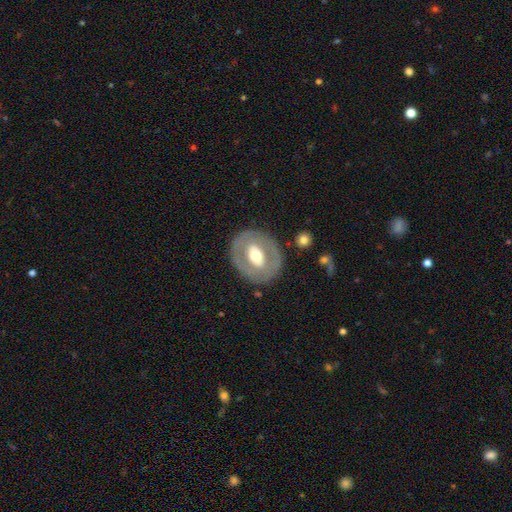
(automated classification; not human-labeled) smooth_or_featured: featured or disk (p=0.57) [alt: smooth p=0.38]
disk_edge_on: no (p=0.92) [alt: yes p=0.08]
bar: no (p=0.43) [alt: weak p=0.30]
has_spiral_arms: no (p=0.86) [alt: yes p=0.14]
bulge_size: moderate (p=0.65) [alt: large p=0.22]
merging: none (p=0.81) [alt: minor disturbance p=0.11]